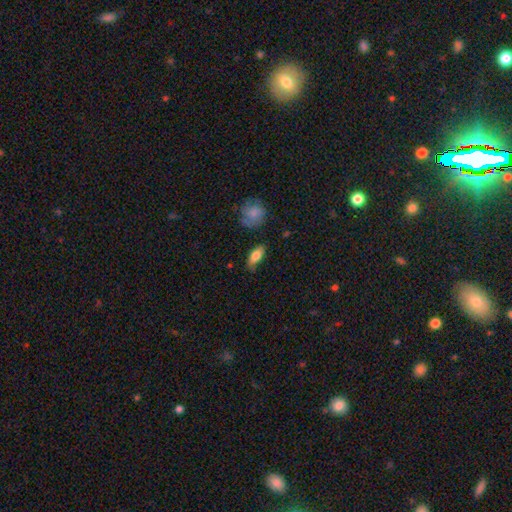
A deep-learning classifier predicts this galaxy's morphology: Overall: smooth (76%). How rounded: in between (78%). Merging: none (72%).